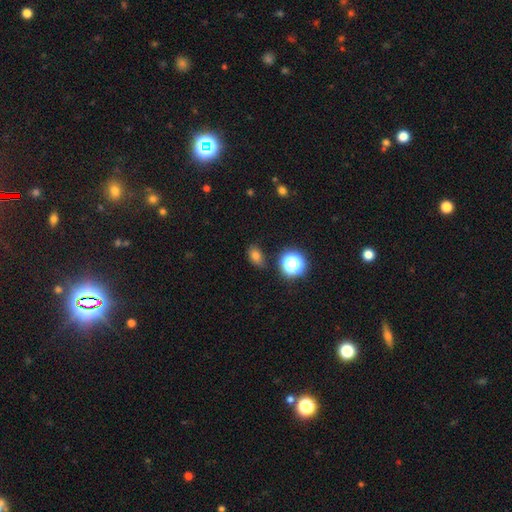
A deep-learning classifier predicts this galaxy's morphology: smooth-or-featured: smooth: 74% | star or artifact: 19% | featured or disk: 7%
  how-rounded: in between: 72% | round: 27% | cigar-shaped: 2%
  merging: none: 76% | minor disturbance: 17% | major disturbance: 4% | merger: 3%